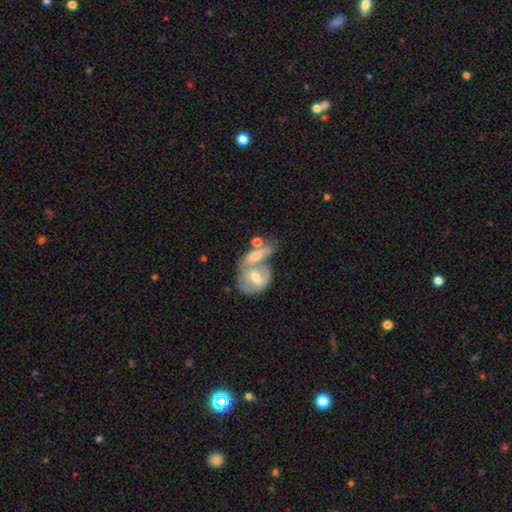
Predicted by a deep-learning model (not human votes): A smooth galaxy with no disk features (56%) that is in between round and cigar-shaped (71%). Merging: merger (68%).